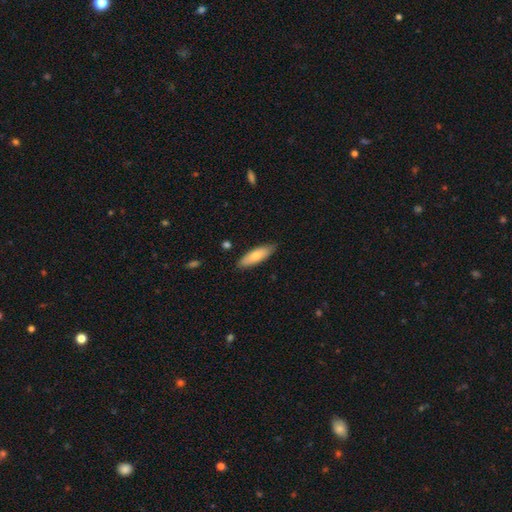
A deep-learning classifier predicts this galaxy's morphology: This is likely a smooth galaxy (77%). How rounded: possibly in between (52%). Merging: clearly none (85%).